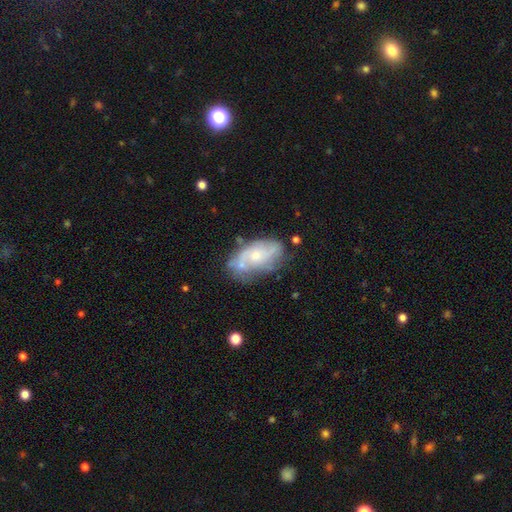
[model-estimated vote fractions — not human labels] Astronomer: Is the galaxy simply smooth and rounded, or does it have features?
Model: featured or disk — 66%.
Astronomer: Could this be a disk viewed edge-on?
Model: no — 95%.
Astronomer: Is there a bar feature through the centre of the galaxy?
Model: no — 73%.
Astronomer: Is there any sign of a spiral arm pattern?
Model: yes — 75%.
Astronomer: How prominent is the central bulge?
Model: small — 57% (runner-up: moderate, 36%).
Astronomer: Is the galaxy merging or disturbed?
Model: none — 53%.